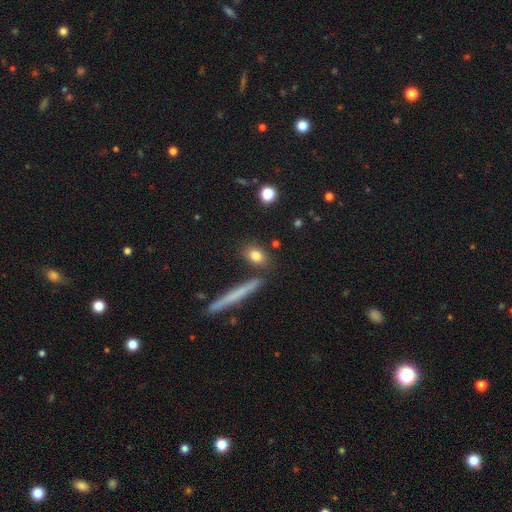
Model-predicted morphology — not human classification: smooth 79%, featured or disk 12%, star or artifact 9%. Down the decision tree: how rounded — in between (64%); merging — none (81%).